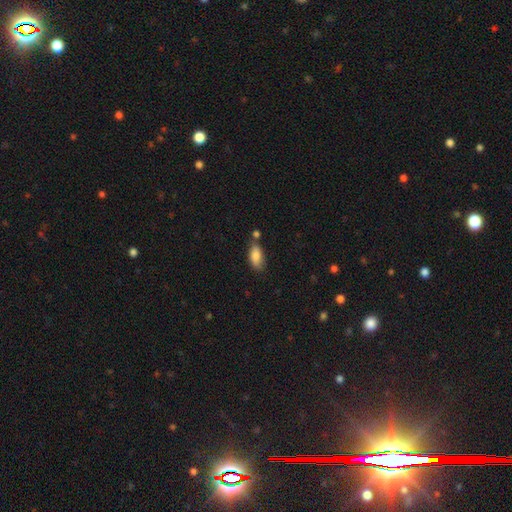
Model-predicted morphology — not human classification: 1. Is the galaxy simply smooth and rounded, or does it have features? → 83% smooth, 9% featured or disk, 7% star or artifact.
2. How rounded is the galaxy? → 87% in between, 10% cigar-shaped, 3% round.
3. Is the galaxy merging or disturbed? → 60% none, 22% minor disturbance, 13% merger, 5% major disturbance.